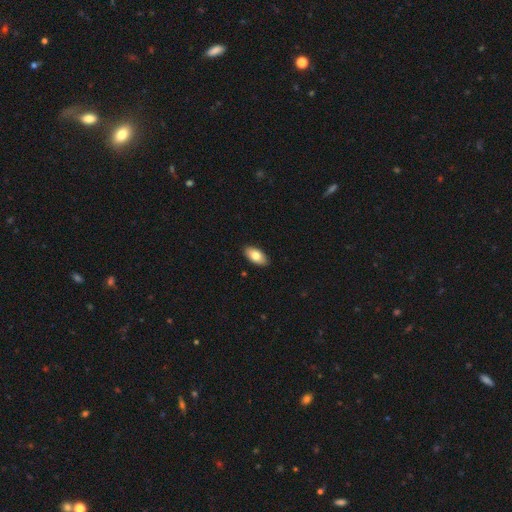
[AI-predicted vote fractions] This appears to be a smooth galaxy with no disk features (80%) that is in between round and cigar-shaped (94%). Merging: none (90%).